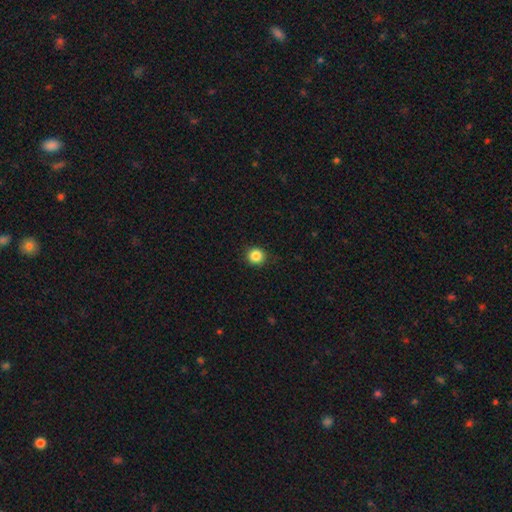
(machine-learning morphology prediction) Smooth or featured? smooth (86%)
How rounded? round (92%)
Merging? none (88%)